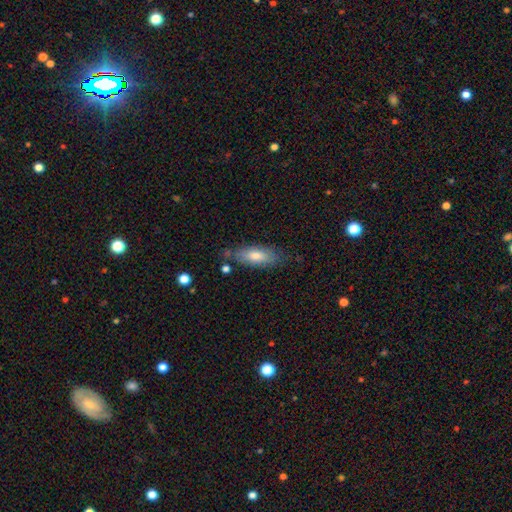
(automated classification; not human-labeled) Overall: smooth (73%). How rounded: in between (69%). Merging: none (75%).